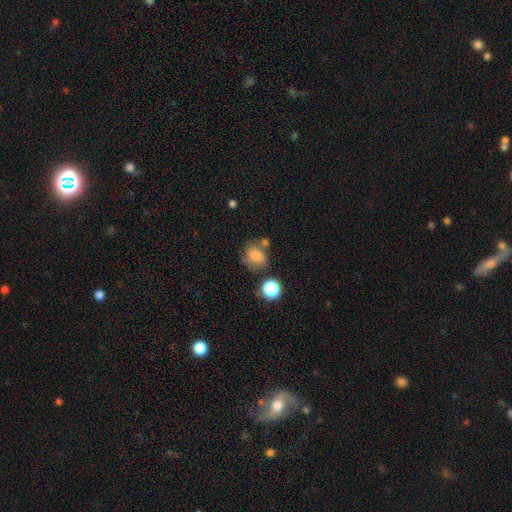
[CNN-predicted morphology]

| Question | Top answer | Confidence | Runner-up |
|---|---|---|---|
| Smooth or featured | smooth | 77% | star or artifact (13%) |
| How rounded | round | 69% | in between (30%) |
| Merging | none | 54% | minor disturbance (20%) |